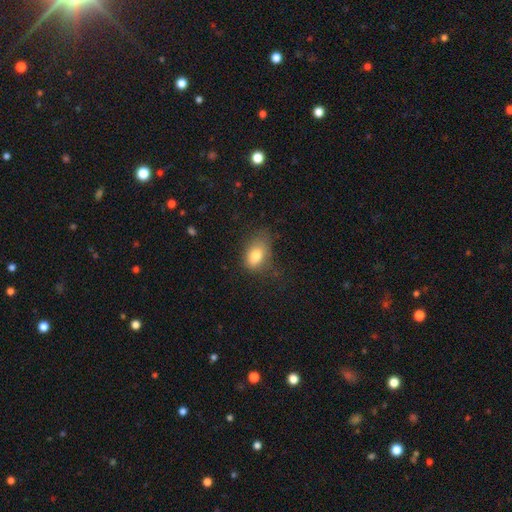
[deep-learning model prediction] The model was most divided on "merging": none: 51%, minor disturbance: 32%, major disturbance: 15%, merger: 2%. More confident: how rounded — in between (82%); smooth or featured — smooth (80%).